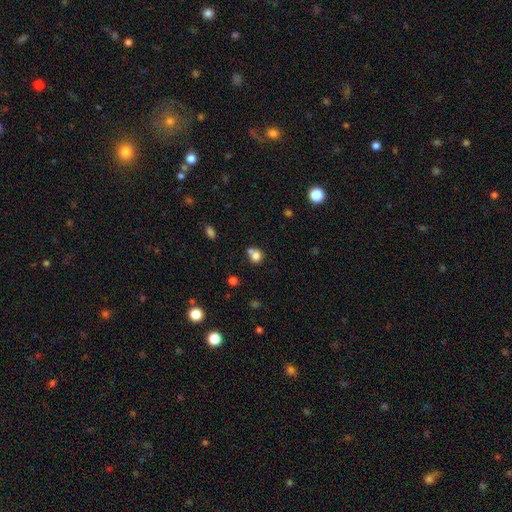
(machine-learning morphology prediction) Smooth or featured?
  - smooth: 79% *
  - star or artifact: 12%
  - featured or disk: 9%
How rounded?
  - round: 77% *
  - in between: 22%
  - cigar-shaped: 1%
Merging?
  - none: 45% *
  - merger: 39%
  - minor disturbance: 11%
  - major disturbance: 5%